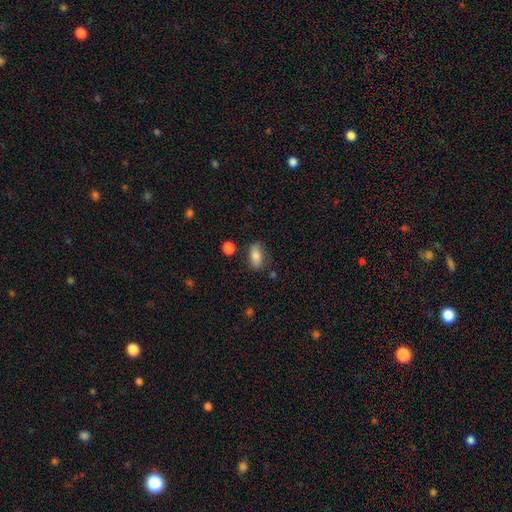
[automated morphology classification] smooth 81%, featured or disk 11%, star or artifact 8%. Down the decision tree: how rounded — in between (87%); merging — none (73%).